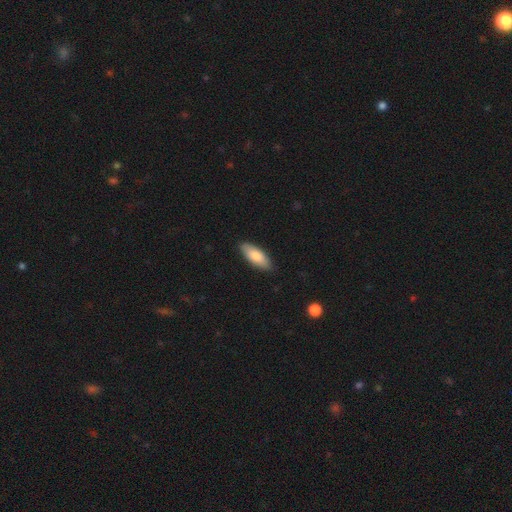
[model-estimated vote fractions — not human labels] Morphology: type=smooth (80%); roundness=in between (73%); merging=none (87%).